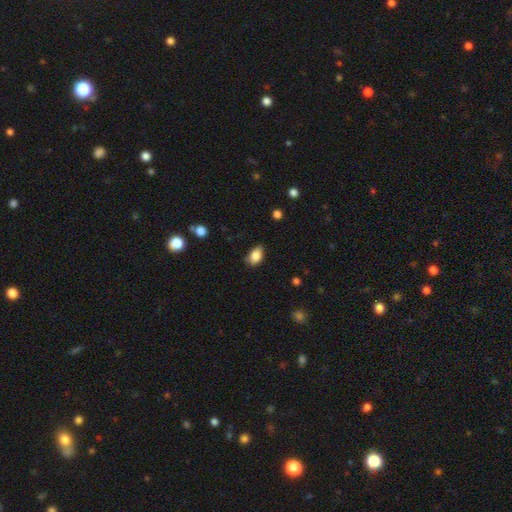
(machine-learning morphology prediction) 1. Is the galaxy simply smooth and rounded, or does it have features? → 84% smooth, 8% featured or disk, 8% star or artifact.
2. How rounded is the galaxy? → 88% in between, 10% round, 2% cigar-shaped.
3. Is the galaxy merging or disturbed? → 71% none, 24% minor disturbance, 4% major disturbance, 1% merger.